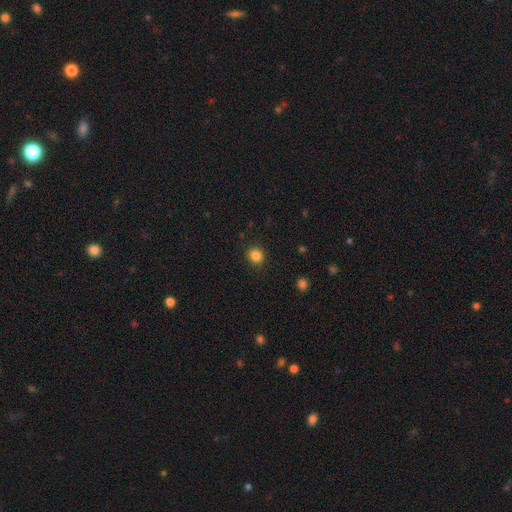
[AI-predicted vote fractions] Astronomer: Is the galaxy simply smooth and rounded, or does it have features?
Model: smooth — 85%.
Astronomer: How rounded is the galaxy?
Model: round — 82%.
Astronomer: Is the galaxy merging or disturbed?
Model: none — 90%.